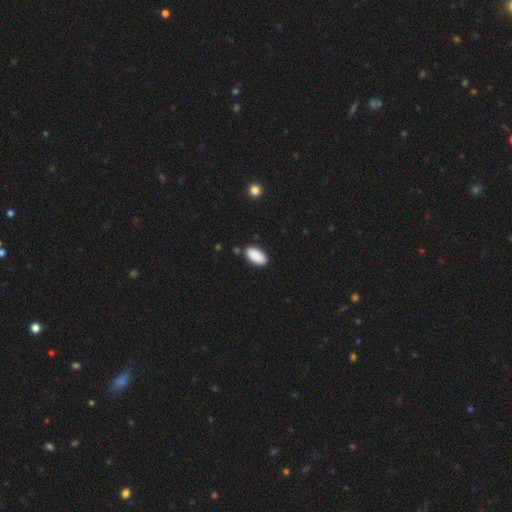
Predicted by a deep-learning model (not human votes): Overall: smooth (90%). How rounded: in between (94%). Merging: none (86%).